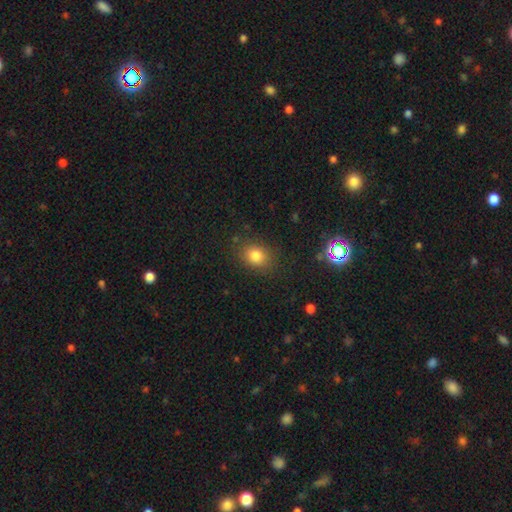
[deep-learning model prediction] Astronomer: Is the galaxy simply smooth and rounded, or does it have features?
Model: smooth — 81%.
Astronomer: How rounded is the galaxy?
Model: round — 50% (runner-up: in between, 49%).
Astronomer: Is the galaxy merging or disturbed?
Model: none — 83%.